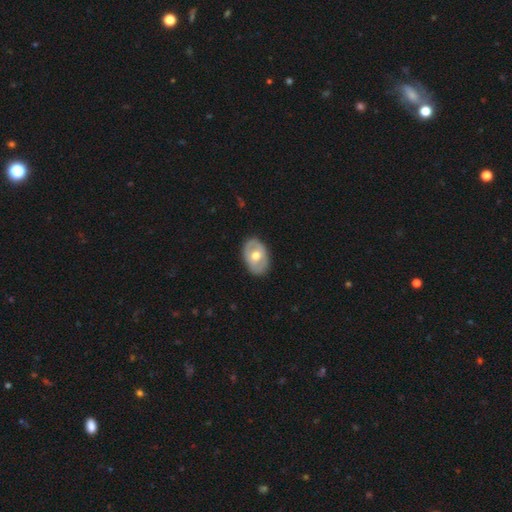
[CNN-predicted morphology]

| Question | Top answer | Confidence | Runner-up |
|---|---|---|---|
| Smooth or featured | featured or disk | 50% | smooth (45%) |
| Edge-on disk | no | 91% | yes (9%) |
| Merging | none | 83% | minor disturbance (13%) |